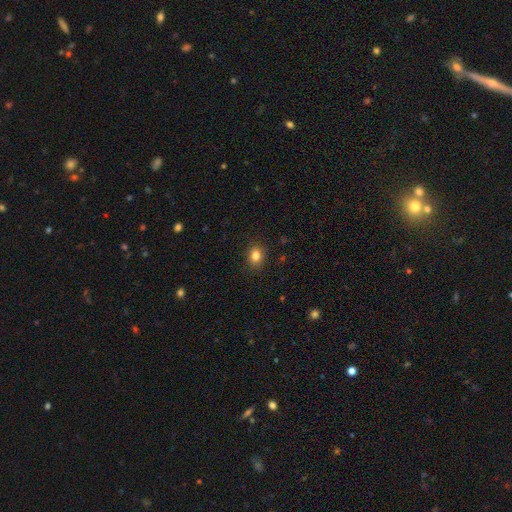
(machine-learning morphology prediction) The model was most divided on "how rounded": round: 60%, in between: 39%, cigar-shaped: 1%. More confident: merging — none (89%); smooth or featured — smooth (82%).